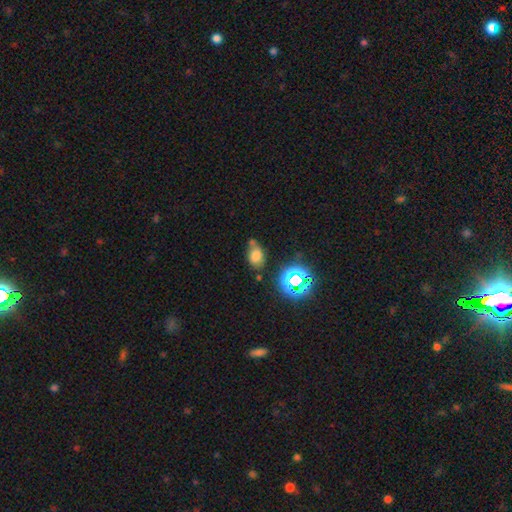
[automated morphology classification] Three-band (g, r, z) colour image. It shows a smooth galaxy with no disk features (69%) that is in between round and cigar-shaped (76%). Merging: none (55%).